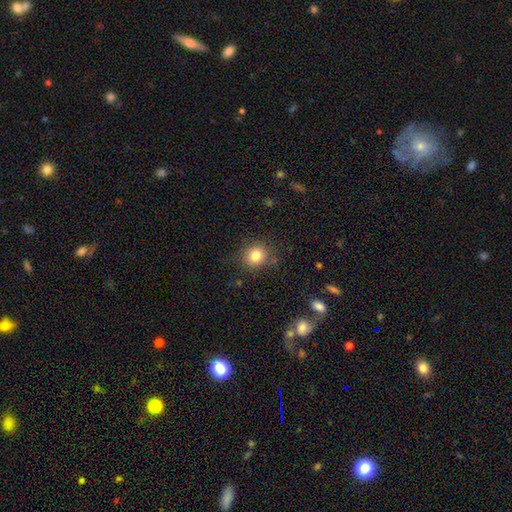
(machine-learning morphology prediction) Smooth or featured: smooth — 81% (star or artifact — 12%)
How rounded: round — 86% (in between — 13%)
Merging: none — 84% (minor disturbance — 10%)